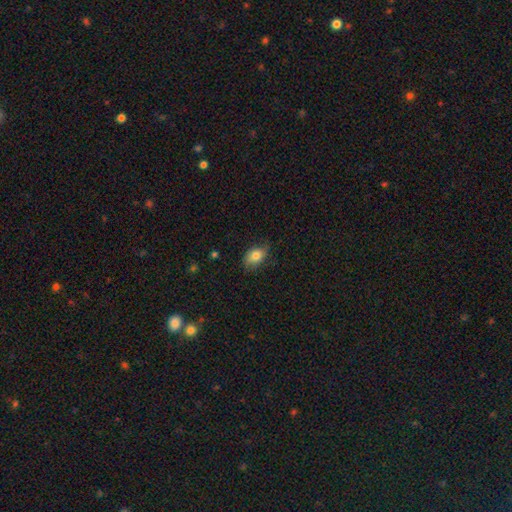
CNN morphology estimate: Smooth or featured?
  - smooth: 77% *
  - featured or disk: 15%
  - star or artifact: 8%
How rounded?
  - in between: 85% *
  - round: 13%
  - cigar-shaped: 2%
Merging?
  - none: 67% *
  - minor disturbance: 26%
  - major disturbance: 6%
  - merger: 1%